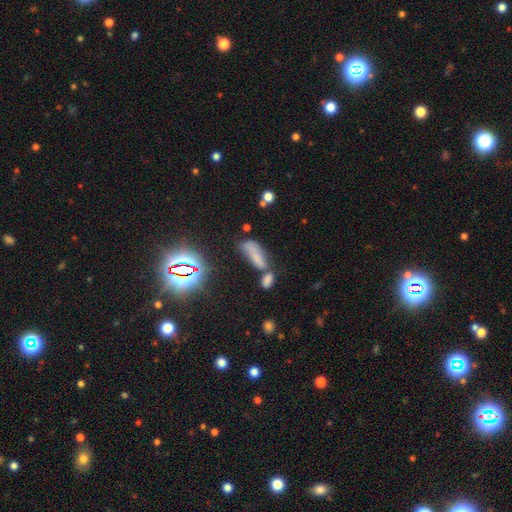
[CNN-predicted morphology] smooth 54%, star or artifact 26%, featured or disk 20%. Down the decision tree: how rounded — in between (56%); merging — merger (39%).